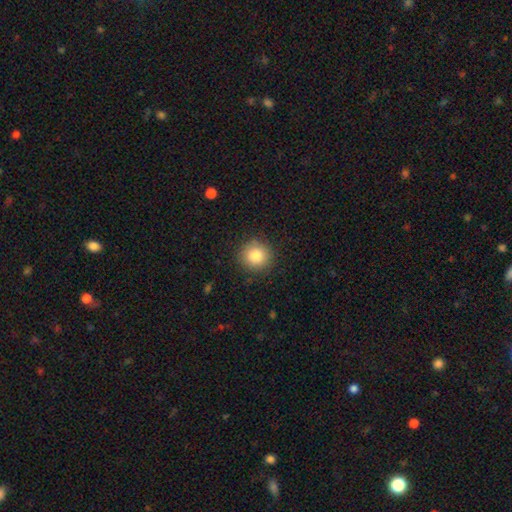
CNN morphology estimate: type=smooth (83%); roundness=round (93%); merging=none (89%).